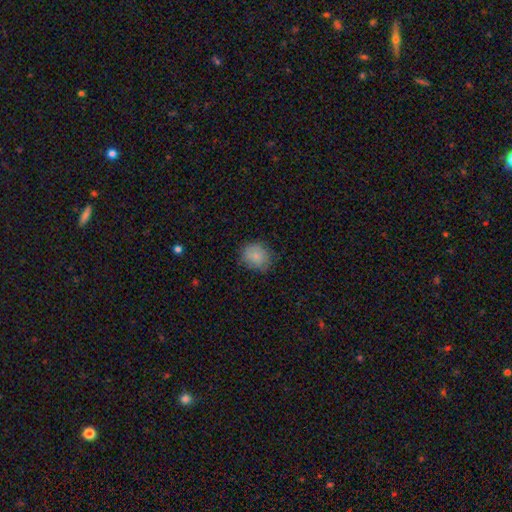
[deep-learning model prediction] smooth-or-featured: smooth: 82% | featured or disk: 10% | star or artifact: 8%
  how-rounded: round: 66% | in between: 33% | cigar-shaped: 1%
  merging: none: 74% | minor disturbance: 20% | major disturbance: 5% | merger: 1%